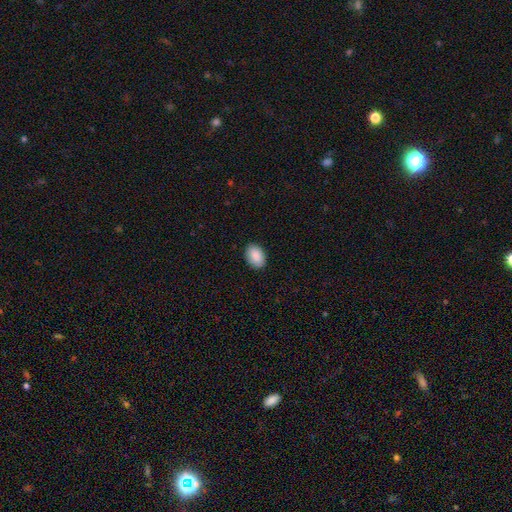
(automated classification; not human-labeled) This appears to be a smooth galaxy with no disk features (89%) that is in between round and cigar-shaped (84%). Merging: none (89%).